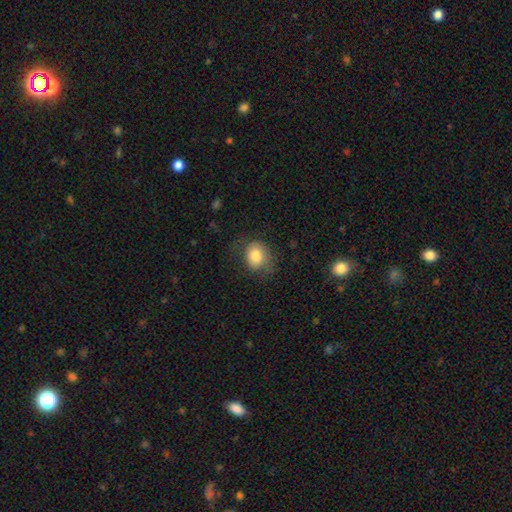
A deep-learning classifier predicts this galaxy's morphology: Smooth or featured?
  - smooth: 78% *
  - featured or disk: 13%
  - star or artifact: 9%
How rounded?
  - round: 60% *
  - in between: 39%
  - cigar-shaped: 1%
Merging?
  - none: 59% *
  - minor disturbance: 24%
  - major disturbance: 16%
  - merger: 1%